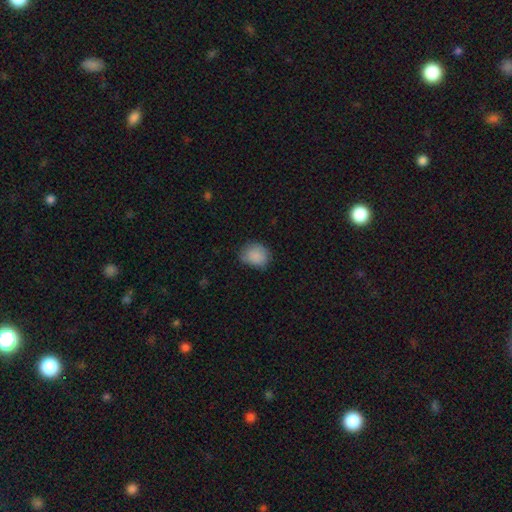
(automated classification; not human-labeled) The model was most divided on "how rounded": round: 62%, in between: 37%, cigar-shaped: 1%. More confident: smooth or featured — smooth (87%); merging — none (69%).